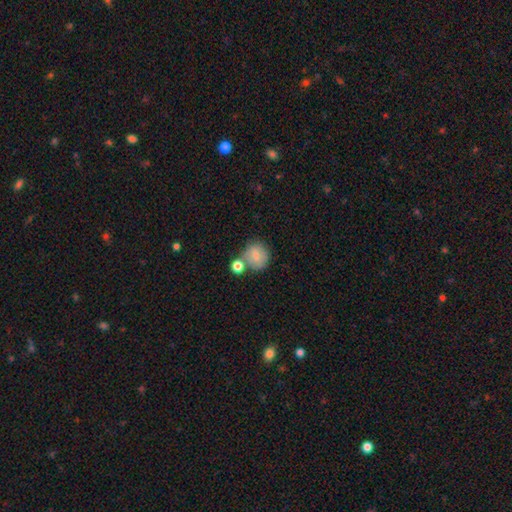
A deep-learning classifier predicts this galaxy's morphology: smooth-or-featured: smooth: 77% | featured or disk: 14% | star or artifact: 9%
  how-rounded: round: 85% | in between: 14% | cigar-shaped: 1%
  merging: none: 55% | merger: 28% | minor disturbance: 13% | major disturbance: 4%